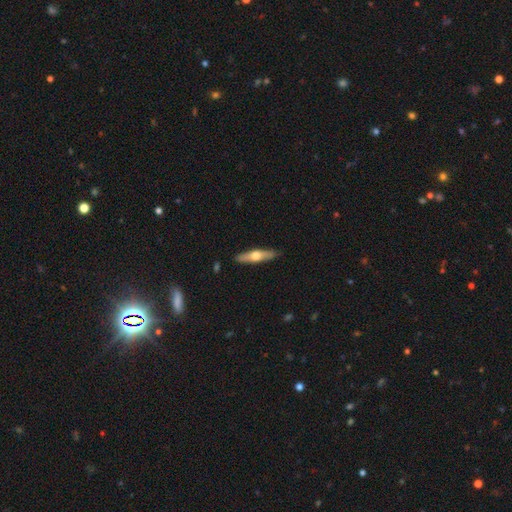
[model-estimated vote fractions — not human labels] A featured or disk galaxy (51%) viewed edge-on (89%).

Vote fractions:
- Smooth or featured? featured or disk: 51% / smooth: 44% / star or artifact: 5%
- Edge-on disk? yes: 89% / no: 11%
- Merging? none: 89% / minor disturbance: 8% / major disturbance: 2% / merger: 1%